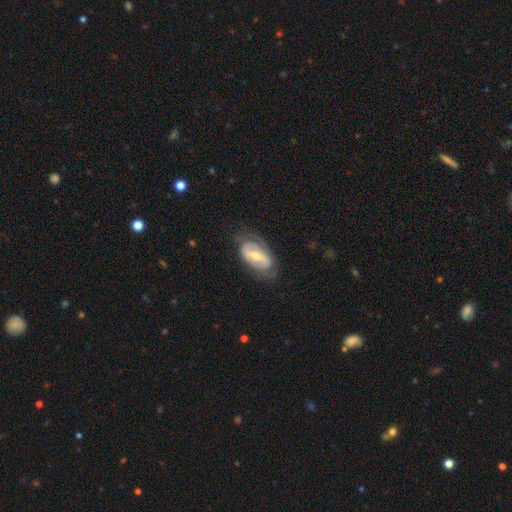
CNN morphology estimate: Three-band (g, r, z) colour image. It shows a featured or disk galaxy (72%) with a strong bar (55%), spiral arms (64%) and a moderate central bulge (57%). Merging: none (66%).